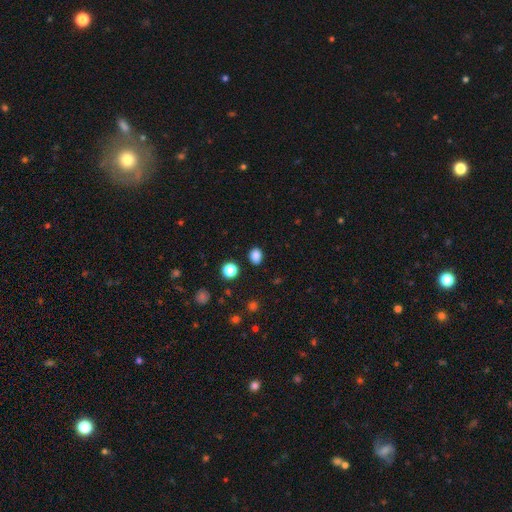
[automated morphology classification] Smooth or featured? smooth (84%)
How rounded? in between (50%)
Merging? none (87%)